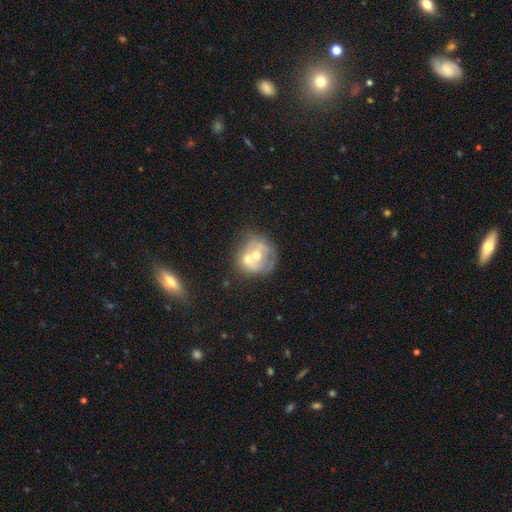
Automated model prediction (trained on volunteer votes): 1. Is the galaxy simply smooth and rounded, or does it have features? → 55% featured or disk, 37% smooth, 8% star or artifact.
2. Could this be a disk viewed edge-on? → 97% no, 3% yes.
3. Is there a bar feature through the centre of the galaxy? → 86% no, 11% weak, 3% strong.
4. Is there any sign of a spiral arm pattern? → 78% no, 22% yes.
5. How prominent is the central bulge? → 67% moderate, 23% small, 5% large, 4% none, 1% dominant.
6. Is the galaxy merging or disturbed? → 51% merger, 28% none, 13% minor disturbance, 8% major disturbance.